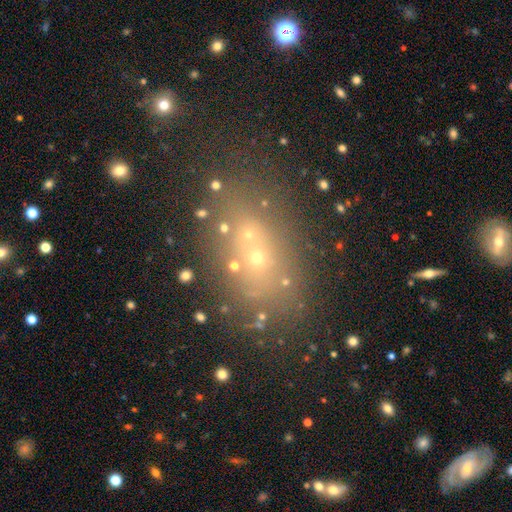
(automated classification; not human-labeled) Overall: smooth (45%; star or artifact 34%). Merging: none (70%).